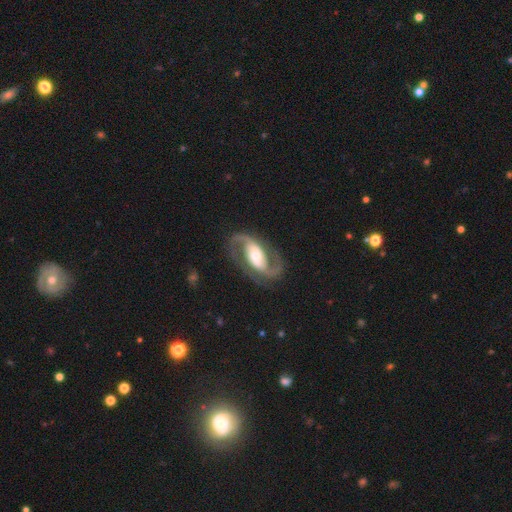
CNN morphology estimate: featured or disk 91%, smooth 5%, star or artifact 4%. Down the decision tree: edge-on disk — no (97%); bar — strong (35%); spiral arms — yes (97%); spiral arm count — 2 (94%); spiral winding — medium (56%); bulge size — moderate (58%); merging — none (82%).